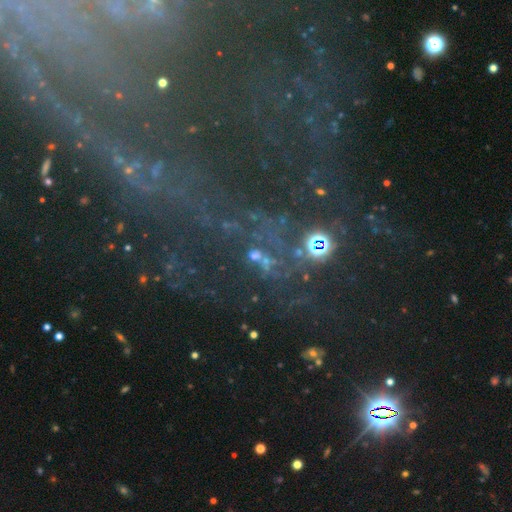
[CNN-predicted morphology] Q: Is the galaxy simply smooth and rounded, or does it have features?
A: star or artifact — 63%.